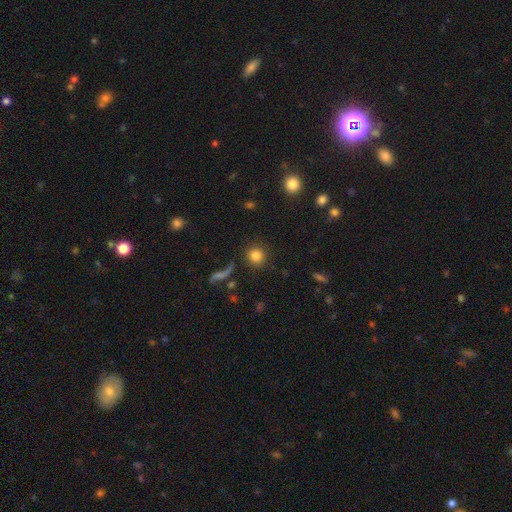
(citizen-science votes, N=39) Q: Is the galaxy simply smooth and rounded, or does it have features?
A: smooth — 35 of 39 (90%).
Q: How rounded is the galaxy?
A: round — 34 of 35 (97%).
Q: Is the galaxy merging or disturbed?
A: none — 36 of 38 (95%).